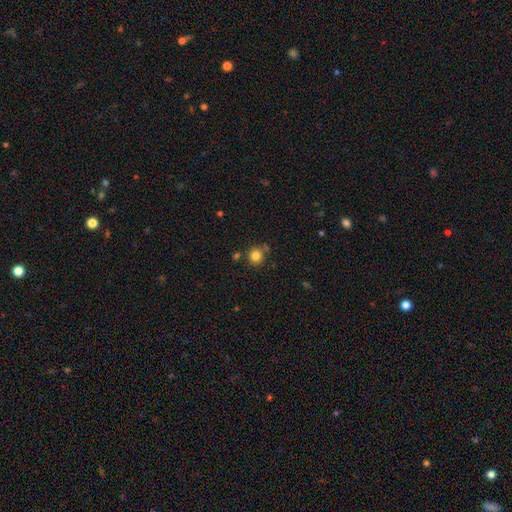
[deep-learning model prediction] Smooth or featured: smooth — 82% (star or artifact — 12%)
How rounded: round — 92% (in between — 7%)
Merging: none — 78% (minor disturbance — 10%)